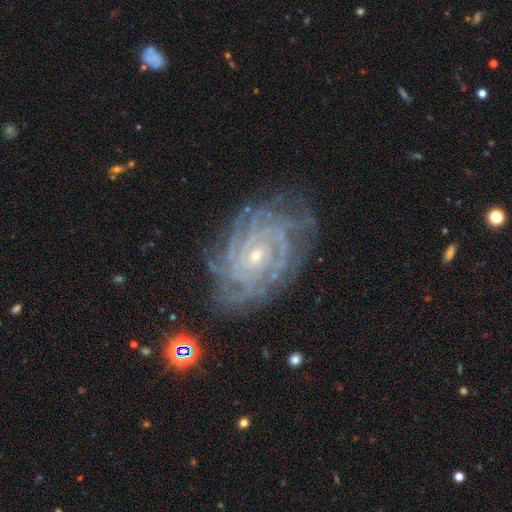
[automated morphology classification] Overall: featured or disk (89%). Edge-on disk: no (97%). Bar: no (68%). Spiral arms: yes (98%). Spiral arm count: more than 4 (24%, tied with can't tell). Spiral winding: tight (82%). Bulge size: small (74%). Merging: none (76%).